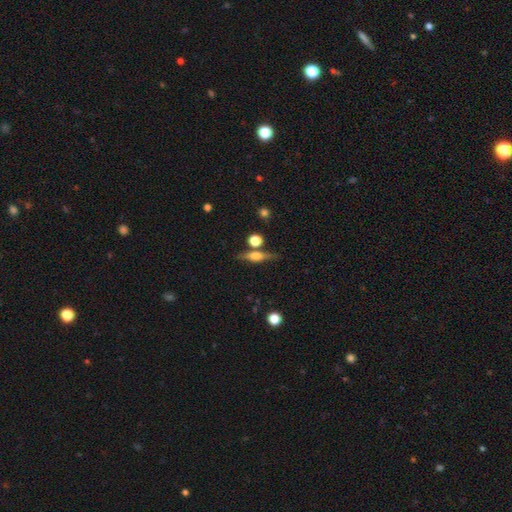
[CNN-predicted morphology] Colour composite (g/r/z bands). It shows a featured or disk galaxy (54%) viewed edge-on (93%) with a rounded central bulge (82%). Merging: none (73%).